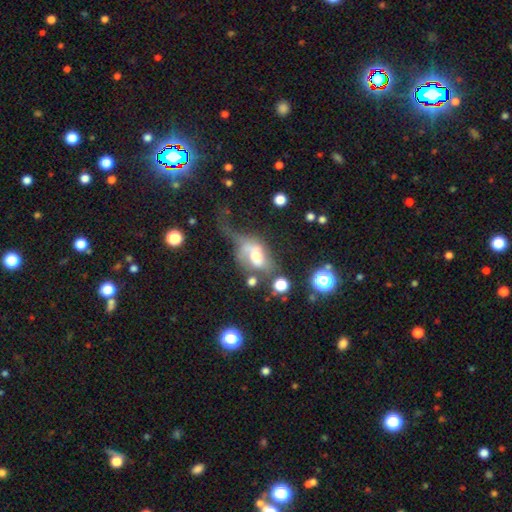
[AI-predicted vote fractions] A featured or disk galaxy (46%). Merging: major disturbance (49%).